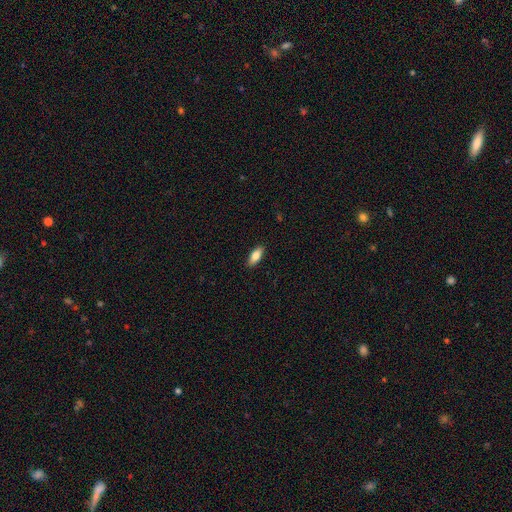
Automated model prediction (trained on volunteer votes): Smooth or featured? Predicted: smooth (p=0.78). How rounded? Predicted: in between (p=0.78). Merging? Predicted: none (p=0.89).